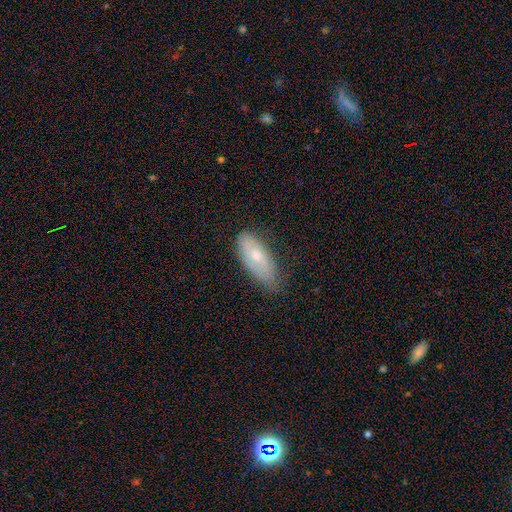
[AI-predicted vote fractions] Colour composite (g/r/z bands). It shows a smooth galaxy with no disk features (61%) that is in between round and cigar-shaped (81%). Merging: none (61%).